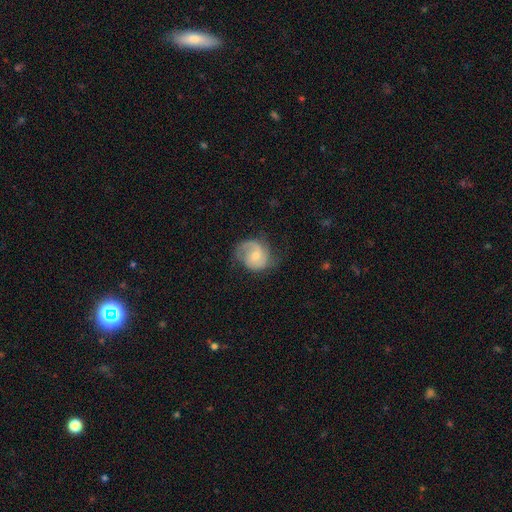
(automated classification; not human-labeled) smooth_or_featured: featured or disk (p=0.67) [alt: smooth p=0.27]
disk_edge_on: no (p=0.98) [alt: yes p=0.02]
bar: no (p=0.59) [alt: weak p=0.35]
has_spiral_arms: yes (p=0.91) [alt: no p=0.09]
spiral_winding: medium (p=0.44) [alt: tight p=0.30]
spiral_arm_count: 2 (p=0.58) [alt: 1 p=0.25]
bulge_size: moderate (p=0.47) [alt: small p=0.46]
merging: none (p=0.59) [alt: minor disturbance p=0.25]